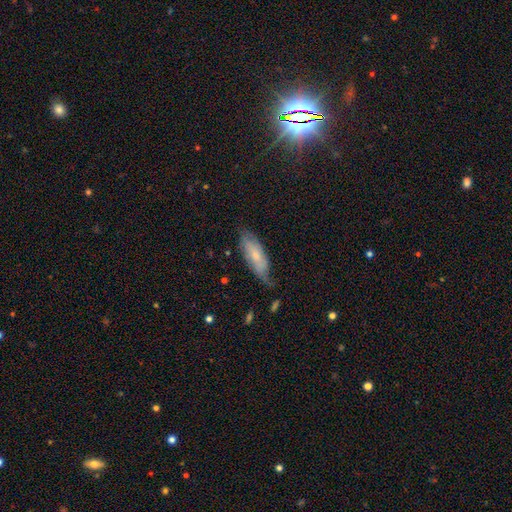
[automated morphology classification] A smooth galaxy with no disk features (52%) that is in between round and cigar-shaped (66%). Merging: none (53%).